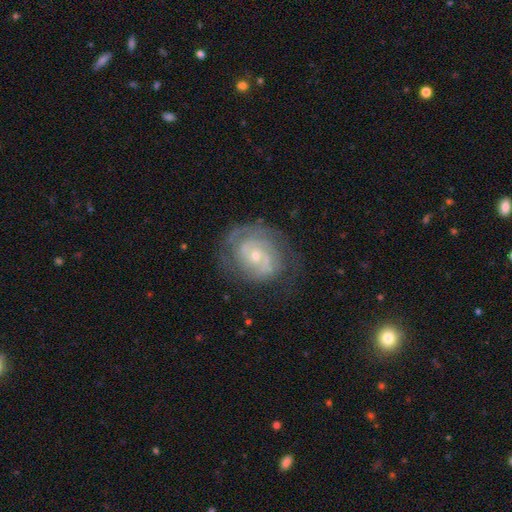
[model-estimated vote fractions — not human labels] Q: Smooth or featured?
A: featured or disk (81%); runner-up: smooth (12%)
Q: Edge-on disk?
A: no (97%); runner-up: yes (3%)
Q: Bar?
A: no (68%); runner-up: weak (27%)
Q: Spiral arms?
A: yes (91%); runner-up: no (9%)
Q: Spiral winding?
A: tight (60%); runner-up: medium (31%)
Q: Spiral arm count?
A: 2 (42%); runner-up: can't tell (32%)
Q: Bulge size?
A: small (66%); runner-up: moderate (31%)
Q: Merging?
A: none (66%); runner-up: minor disturbance (20%)